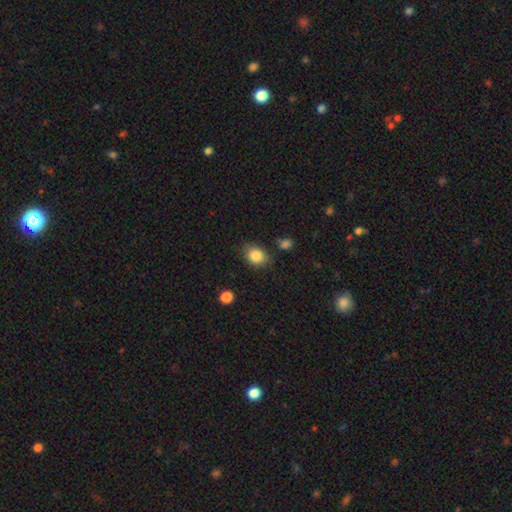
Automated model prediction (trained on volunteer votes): Smooth or featured? Predicted: smooth (p=0.85). How rounded? Predicted: round (p=0.50). Merging? Predicted: none (p=0.77).